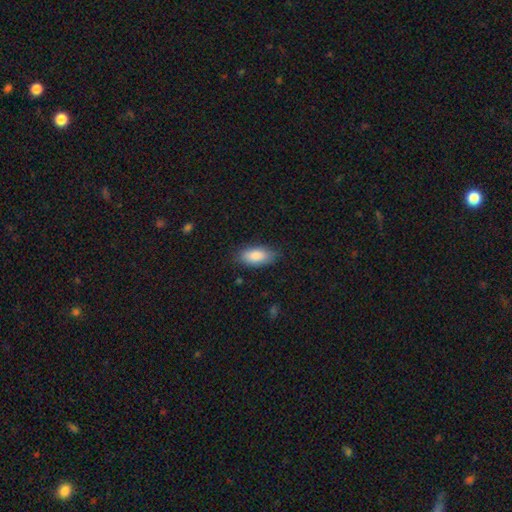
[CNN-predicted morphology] The model was most divided on "merging": none: 80%, minor disturbance: 16%, major disturbance: 3%, merger: 1%. More confident: how rounded — in between (90%); smooth or featured — smooth (87%).